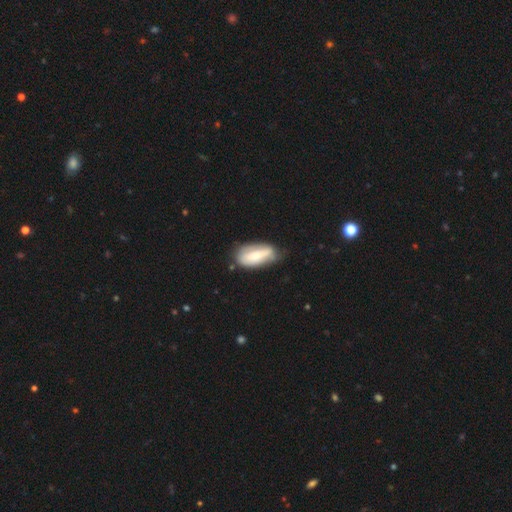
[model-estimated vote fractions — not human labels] Smooth or featured: smooth — 60% (featured or disk — 34%)
How rounded: in between — 86% (cigar-shaped — 12%)
Merging: none — 59% (minor disturbance — 30%)